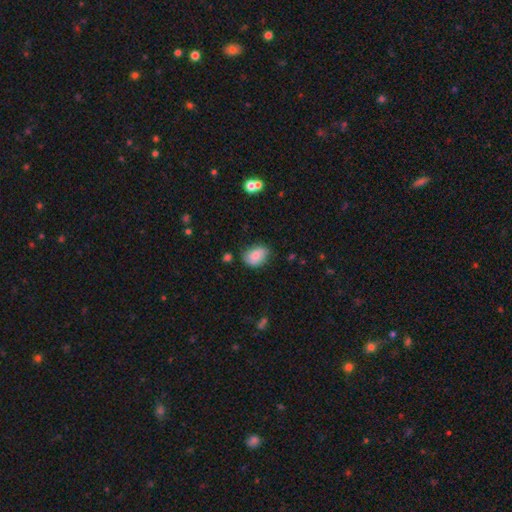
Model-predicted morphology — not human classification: Smooth or featured? smooth (78%)
How rounded? in between (77%)
Merging? none (64%)